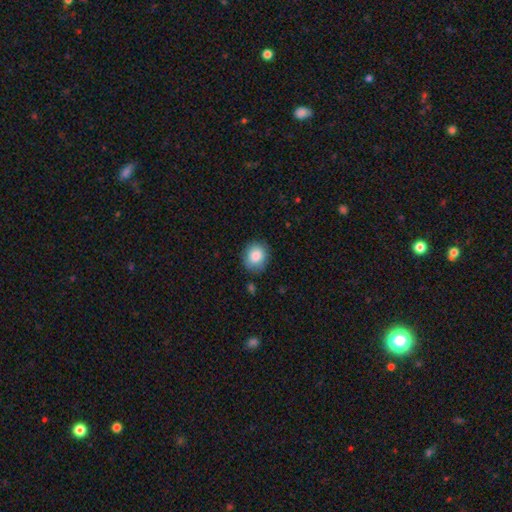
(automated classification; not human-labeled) Morphology: type=smooth (86%); roundness=round (76%); merging=none (83%).